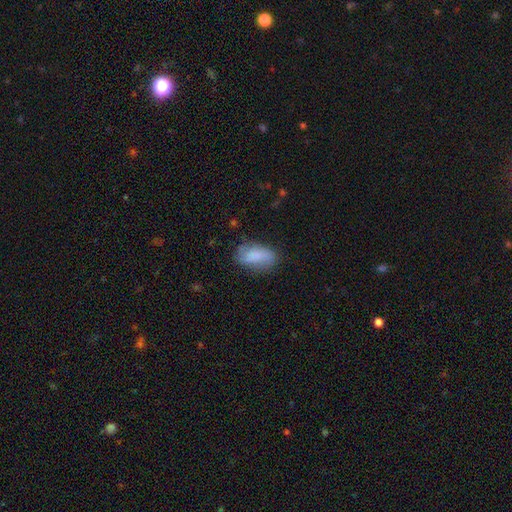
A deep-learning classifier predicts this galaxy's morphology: Overall: smooth (76%). How rounded: in between (90%). Merging: none (64%; minor disturbance 26%).